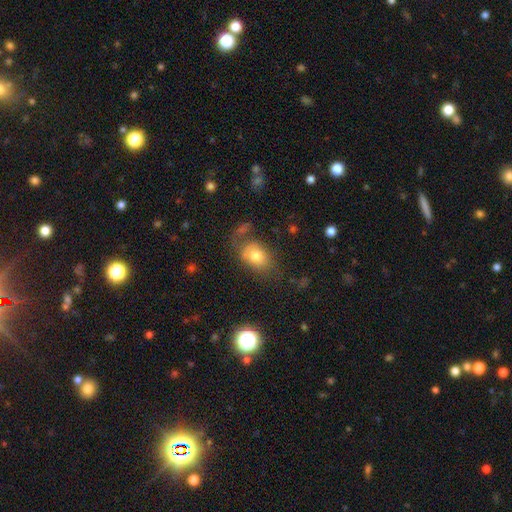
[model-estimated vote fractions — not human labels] A smooth galaxy with no disk features (75%) that is in between round and cigar-shaped (73%).

Vote fractions:
- Smooth or featured? smooth: 75% / featured or disk: 15% / star or artifact: 10%
- How rounded? in between: 73% / round: 26% / cigar-shaped: 1%
- Merging? none: 52% / minor disturbance: 25% / major disturbance: 16% / merger: 7%